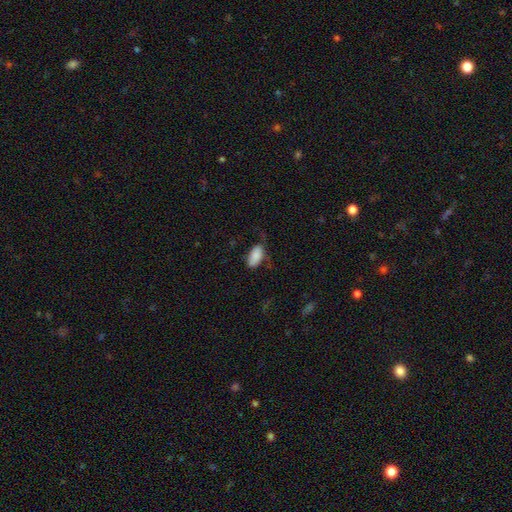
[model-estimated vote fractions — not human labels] smooth_or_featured: smooth (p=0.86) [alt: featured or disk p=0.07]
how_rounded: in between (p=0.94) [alt: cigar-shaped p=0.04]
merging: none (p=0.60) [alt: minor disturbance p=0.29]